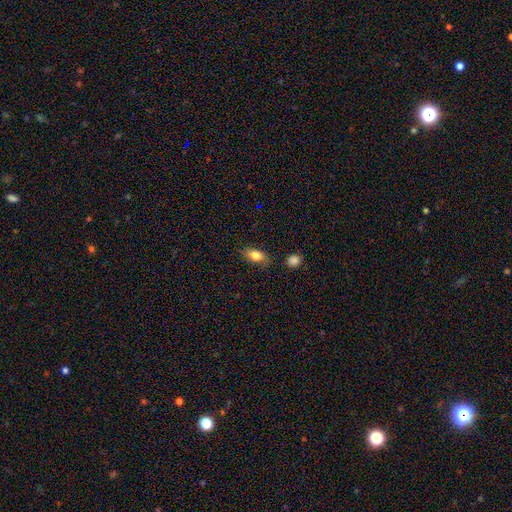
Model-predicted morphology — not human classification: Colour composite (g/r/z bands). It shows a smooth galaxy with no disk features (79%) that is in between round and cigar-shaped (84%). Merging: none (80%).